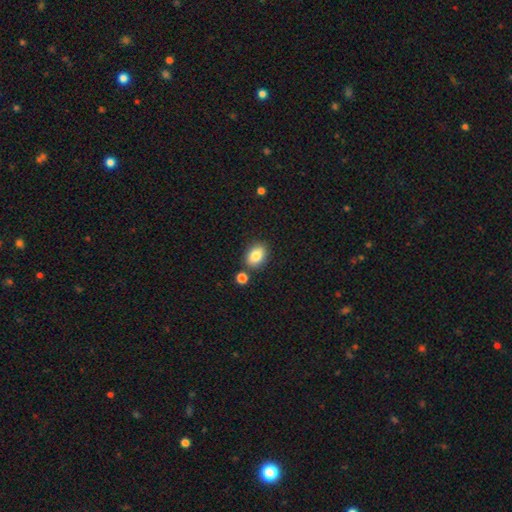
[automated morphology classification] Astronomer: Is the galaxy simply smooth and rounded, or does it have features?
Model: smooth — 85%.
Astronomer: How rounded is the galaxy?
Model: in between — 79%.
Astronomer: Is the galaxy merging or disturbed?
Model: none — 79%.